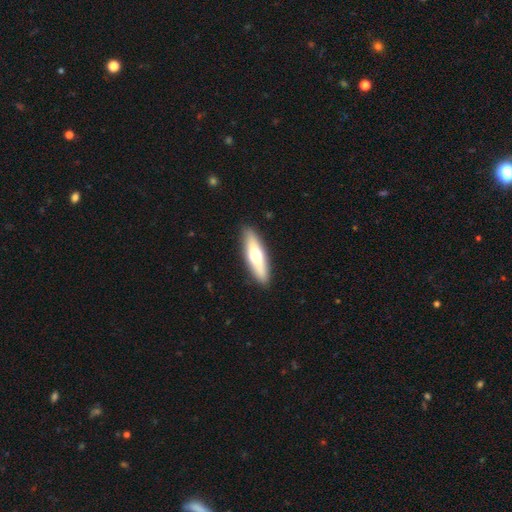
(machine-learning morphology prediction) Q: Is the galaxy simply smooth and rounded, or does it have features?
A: smooth — 55%.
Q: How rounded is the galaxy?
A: cigar-shaped — 64%.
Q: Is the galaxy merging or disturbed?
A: none — 90%.